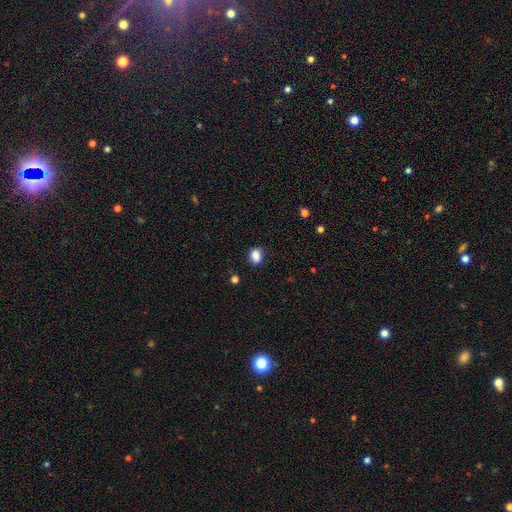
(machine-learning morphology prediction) Smooth or featured: smooth — 85% (star or artifact — 10%)
How rounded: in between — 60% (round — 39%)
Merging: none — 81% (minor disturbance — 14%)